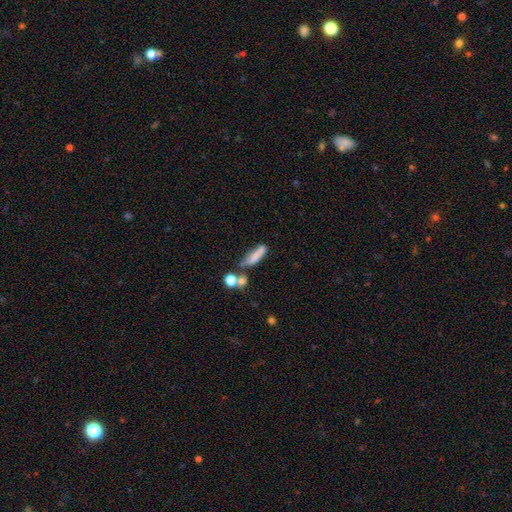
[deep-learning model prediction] Smooth or featured: smooth — 70% (featured or disk — 20%)
How rounded: cigar-shaped — 65% (in between — 30%)
Merging: none — 40% (merger — 25%)